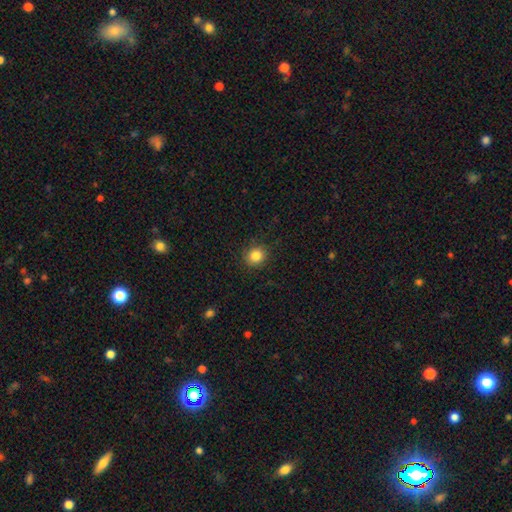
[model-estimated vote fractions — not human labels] smooth-or-featured: smooth: 84% | star or artifact: 11% | featured or disk: 5%
  how-rounded: round: 86% | in between: 13% | cigar-shaped: 1%
  merging: none: 88% | minor disturbance: 8% | major disturbance: 2% | merger: 1%